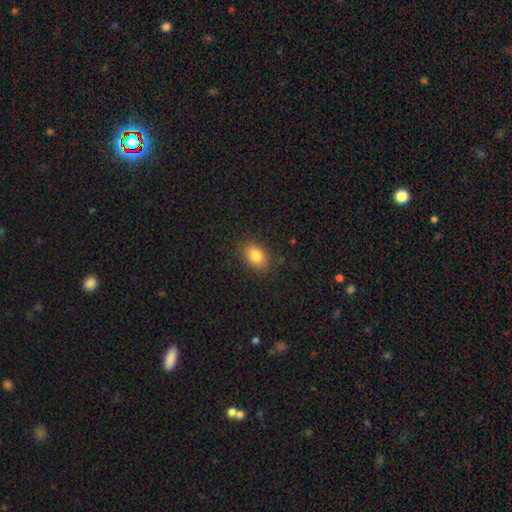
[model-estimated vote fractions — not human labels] Overall: smooth (84%). How rounded: in between (81%). Merging: none (85%).